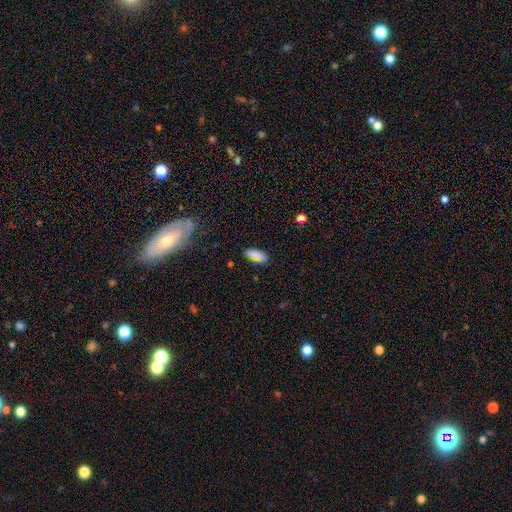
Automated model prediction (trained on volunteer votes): smooth-or-featured: smooth: 80% | star or artifact: 12% | featured or disk: 7%
  how-rounded: in between: 81% | cigar-shaped: 16% | round: 3%
  merging: none: 77% | minor disturbance: 16% | major disturbance: 4% | merger: 3%